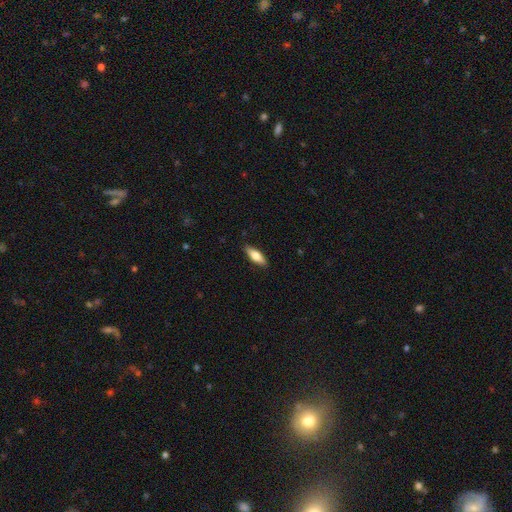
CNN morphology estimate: smooth-or-featured: smooth: 68% | featured or disk: 26% | star or artifact: 6%
  how-rounded: in between: 57% | cigar-shaped: 41% | round: 2%
  merging: none: 87% | minor disturbance: 10% | major disturbance: 2% | merger: 1%